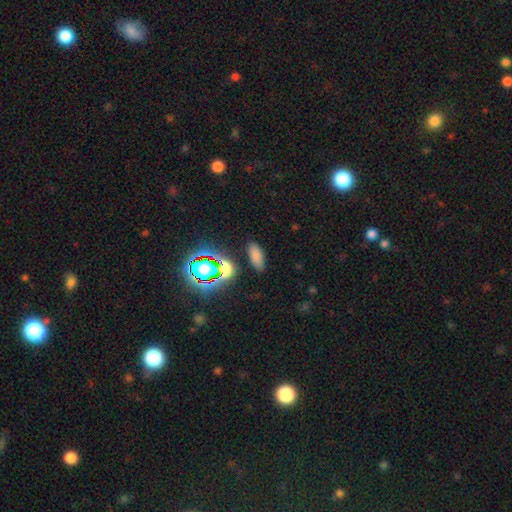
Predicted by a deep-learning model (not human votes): Smooth or featured? Predicted: smooth (p=0.74). How rounded? Predicted: in between (p=0.82). Merging? Predicted: none (p=0.85).